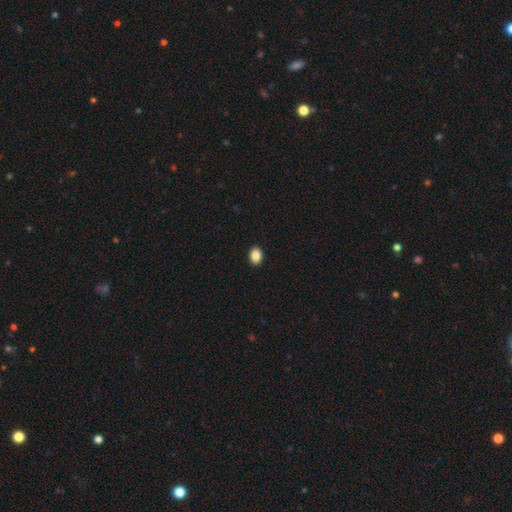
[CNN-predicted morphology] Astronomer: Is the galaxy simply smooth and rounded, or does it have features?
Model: smooth — 88%.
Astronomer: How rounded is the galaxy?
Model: in between — 69%.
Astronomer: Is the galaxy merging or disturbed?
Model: none — 92%.